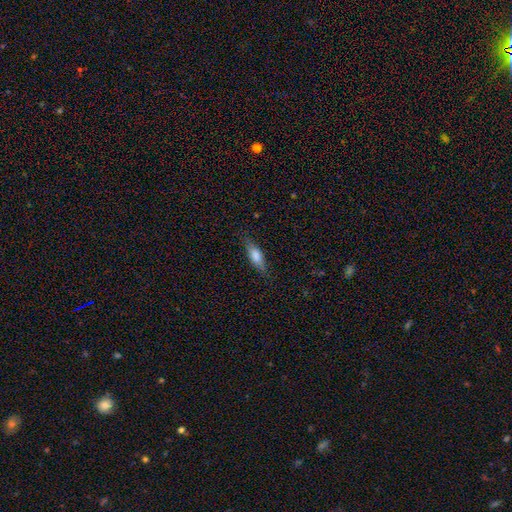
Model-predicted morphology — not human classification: This is likely a smooth galaxy (71%). How rounded: possibly in between (54%). Merging: clearly none (81%).